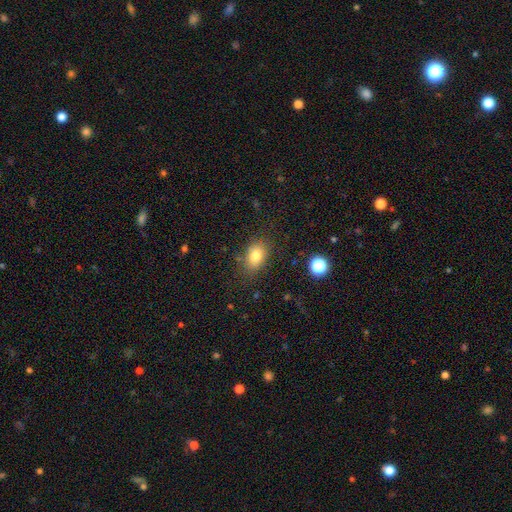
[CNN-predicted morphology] smooth-or-featured: smooth: 79% | star or artifact: 11% | featured or disk: 10%
  how-rounded: in between: 75% | round: 24% | cigar-shaped: 1%
  merging: none: 80% | minor disturbance: 14% | major disturbance: 4% | merger: 2%